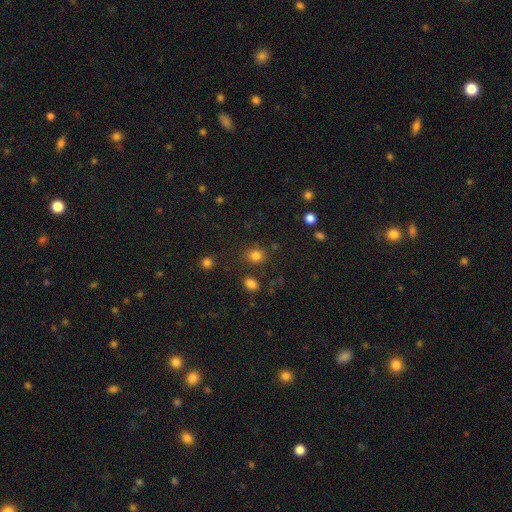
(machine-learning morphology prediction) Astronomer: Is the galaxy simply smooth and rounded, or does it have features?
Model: smooth — 80%.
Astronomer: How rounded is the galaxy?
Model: round — 64%.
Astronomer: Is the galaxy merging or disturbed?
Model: none — 79%.